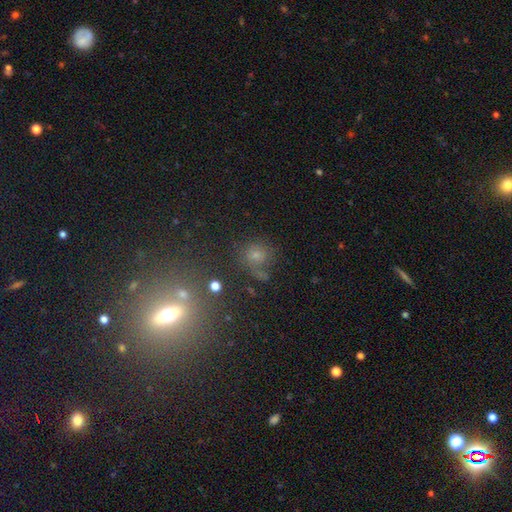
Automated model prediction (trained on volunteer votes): smooth_or_featured: smooth (p=0.57) [alt: star or artifact p=0.29]
how_rounded: round (p=0.80) [alt: in between p=0.19]
merging: none (p=0.60) [alt: minor disturbance p=0.16]